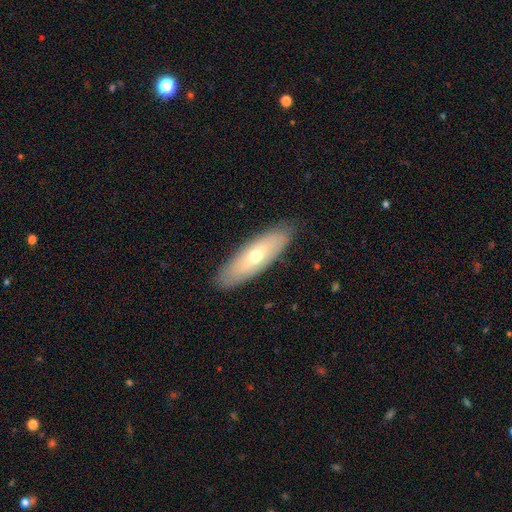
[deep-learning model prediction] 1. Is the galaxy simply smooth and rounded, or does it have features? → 50% smooth, 44% featured or disk, 6% star or artifact.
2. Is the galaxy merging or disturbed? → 87% none, 10% minor disturbance, 2% major disturbance, 1% merger.